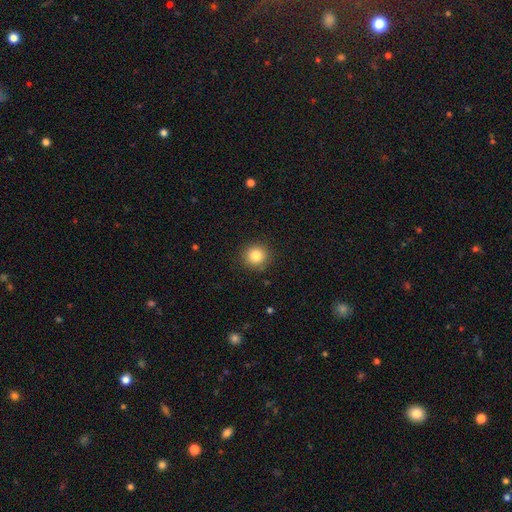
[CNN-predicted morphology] The model was most divided on "smooth or featured": smooth: 84%, star or artifact: 10%, featured or disk: 6%. More confident: how rounded — round (93%); merging — none (90%).